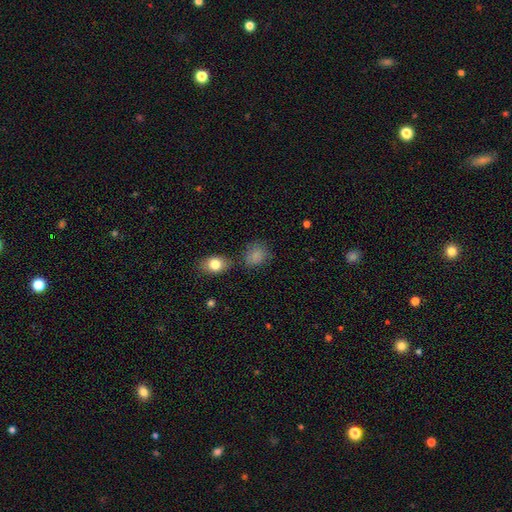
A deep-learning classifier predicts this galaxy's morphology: This appears to be a smooth galaxy with no disk features (82%) that is round (57%). Merging: none (64%).